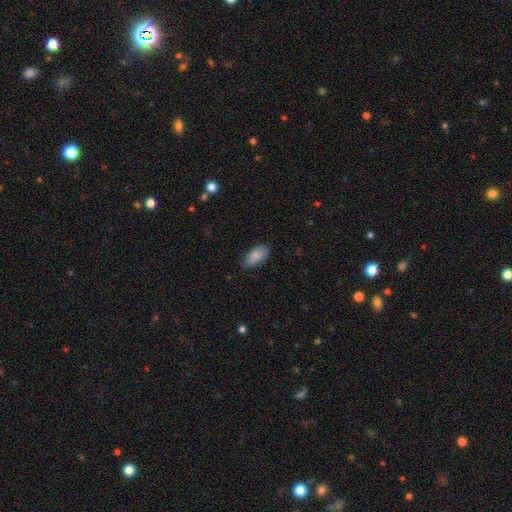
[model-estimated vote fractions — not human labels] smooth_or_featured: smooth (p=0.88) [alt: star or artifact p=0.06]
how_rounded: in between (p=0.92) [alt: cigar-shaped p=0.06]
merging: none (p=0.80) [alt: minor disturbance p=0.16]